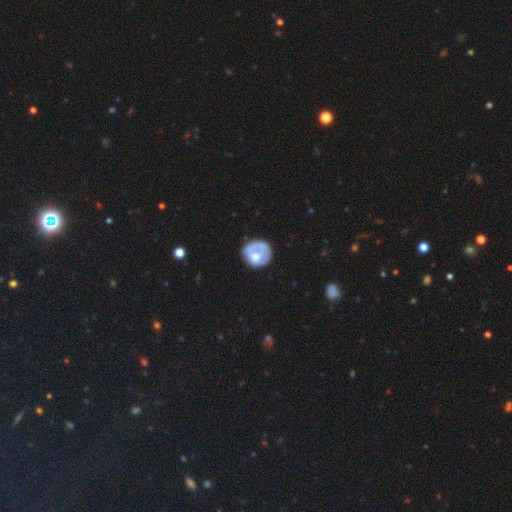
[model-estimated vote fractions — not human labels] A smooth galaxy with no disk features (49%). Merging: none (49%).